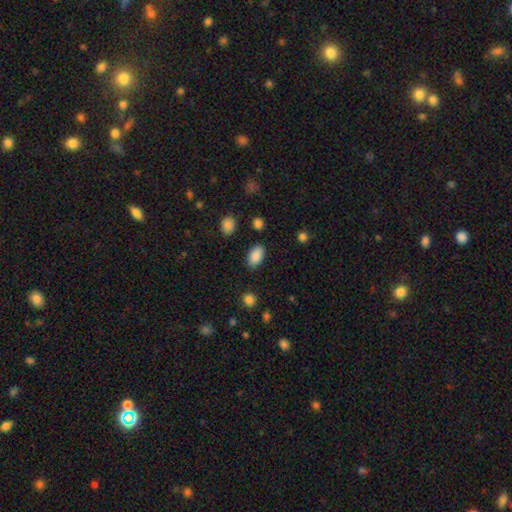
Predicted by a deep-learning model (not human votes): This appears to be a smooth galaxy with no disk features (88%) that is in between round and cigar-shaped (92%). Merging: none (84%).